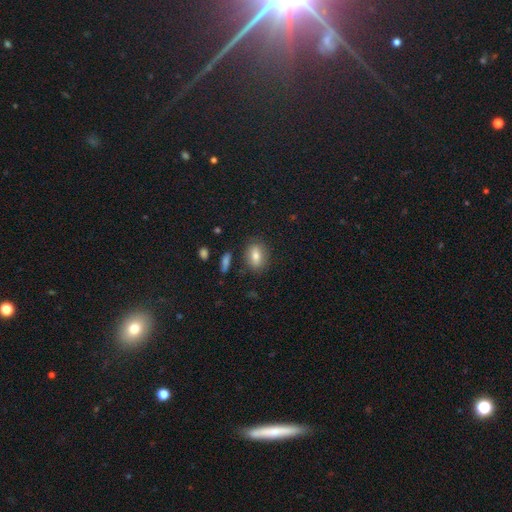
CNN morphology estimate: Smooth or featured? Predicted: smooth (p=0.78). How rounded? Predicted: in between (p=0.76). Merging? Predicted: none (p=0.82).